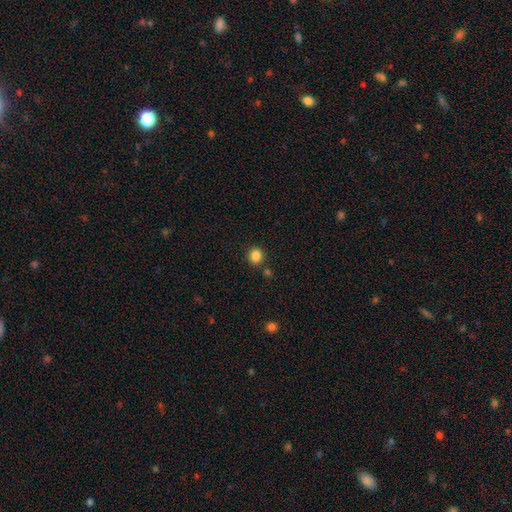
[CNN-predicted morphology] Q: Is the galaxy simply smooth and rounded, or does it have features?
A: smooth — 85%.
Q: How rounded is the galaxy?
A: round — 76%.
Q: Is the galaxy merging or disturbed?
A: none — 83%.